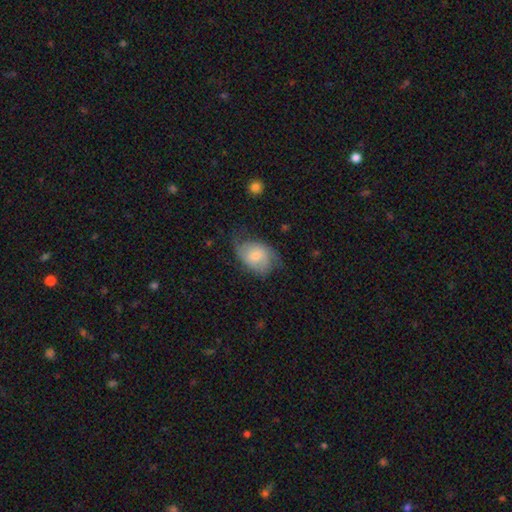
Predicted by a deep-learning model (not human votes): Overall: smooth (51%; featured or disk 42%). How rounded: in between (70%). Merging: none (49%; minor disturbance 31%).